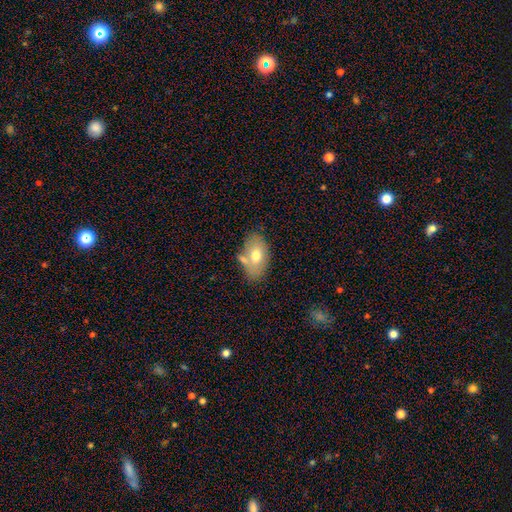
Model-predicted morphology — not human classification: Smooth or featured? Predicted: smooth (p=0.67). How rounded? Predicted: in between (p=0.90). Merging? Predicted: none (p=0.58).